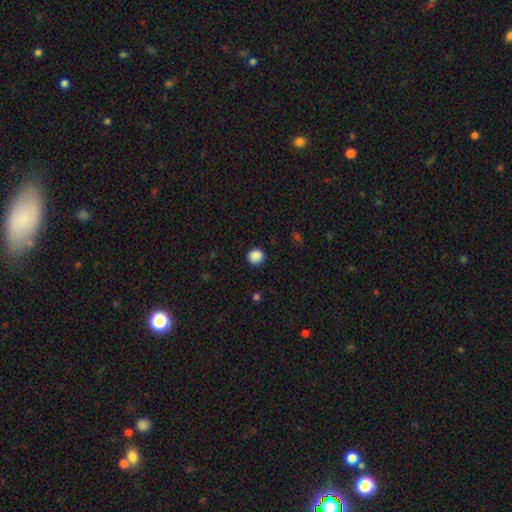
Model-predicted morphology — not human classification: A smooth galaxy with no disk features (88%) that is round (90%). Merging: none (91%).